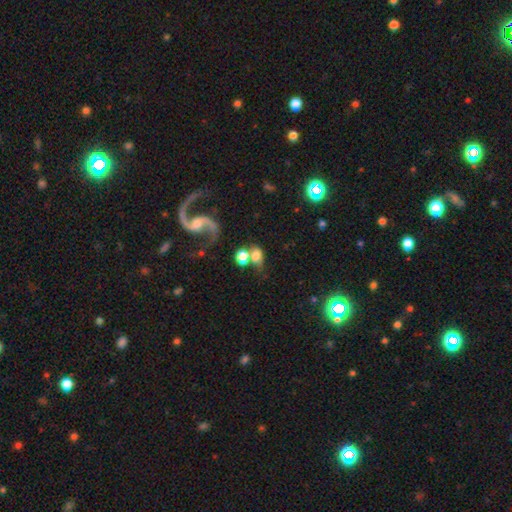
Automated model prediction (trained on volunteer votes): Morphology: type=smooth (62%); roundness=in between (59%); merging=none (42%).